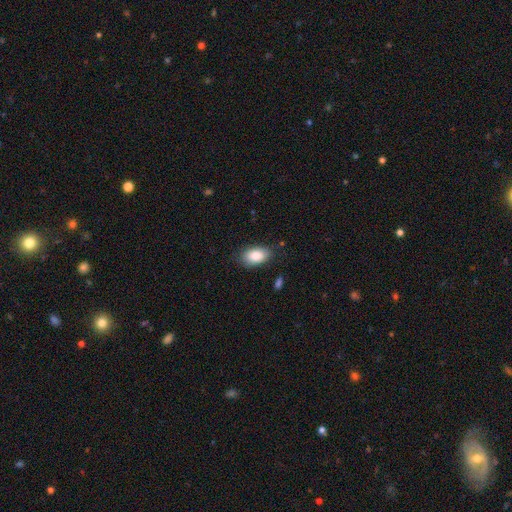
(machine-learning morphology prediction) Smooth or featured?
  - smooth: 85% *
  - featured or disk: 8%
  - star or artifact: 7%
How rounded?
  - in between: 91% *
  - round: 7%
  - cigar-shaped: 2%
Merging?
  - none: 80% *
  - minor disturbance: 15%
  - major disturbance: 3%
  - merger: 2%